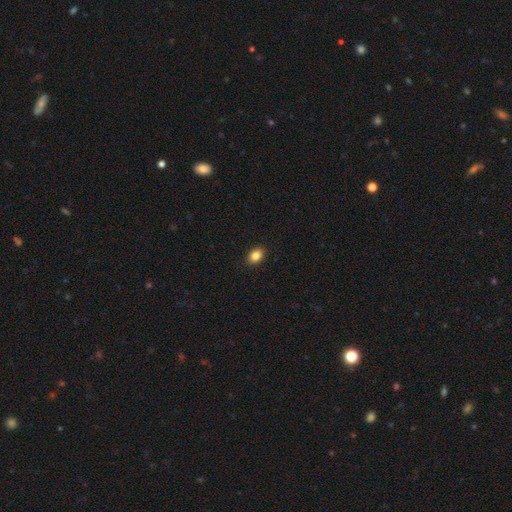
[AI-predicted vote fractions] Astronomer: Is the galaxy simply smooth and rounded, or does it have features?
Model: smooth — 85%.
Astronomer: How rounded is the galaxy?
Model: in between — 68%.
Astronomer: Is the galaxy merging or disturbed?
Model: none — 91%.